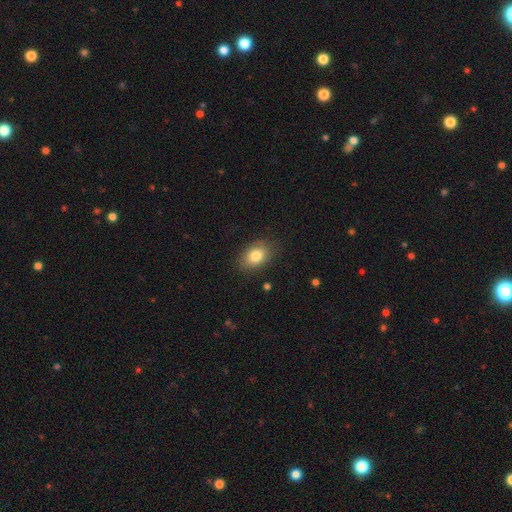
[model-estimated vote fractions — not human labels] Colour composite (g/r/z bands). It shows a smooth galaxy with no disk features (81%) that is in between round and cigar-shaped (82%). Merging: none (84%).